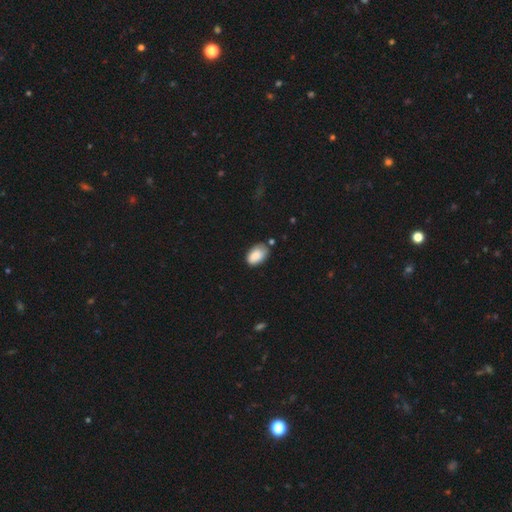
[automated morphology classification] smooth_or_featured: smooth (p=0.85) [alt: featured or disk p=0.08]
how_rounded: in between (p=0.92) [alt: round p=0.07]
merging: none (p=0.58) [alt: minor disturbance p=0.31]